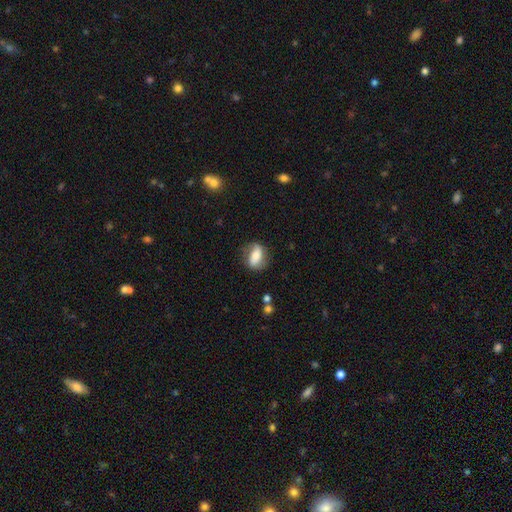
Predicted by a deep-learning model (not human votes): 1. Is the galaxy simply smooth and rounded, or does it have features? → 58% smooth, 35% featured or disk, 7% star or artifact.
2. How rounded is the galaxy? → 77% in between, 15% round, 8% cigar-shaped.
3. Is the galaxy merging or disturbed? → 73% none, 19% minor disturbance, 7% major disturbance, 2% merger.